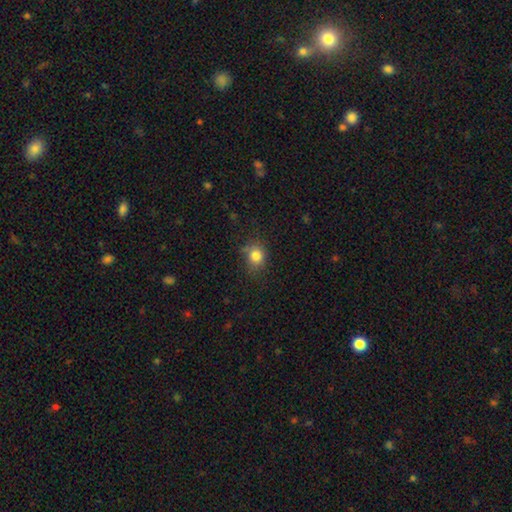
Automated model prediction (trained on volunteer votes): This appears to be a smooth galaxy with no disk features (82%) that is round (69%). Merging: none (72%).